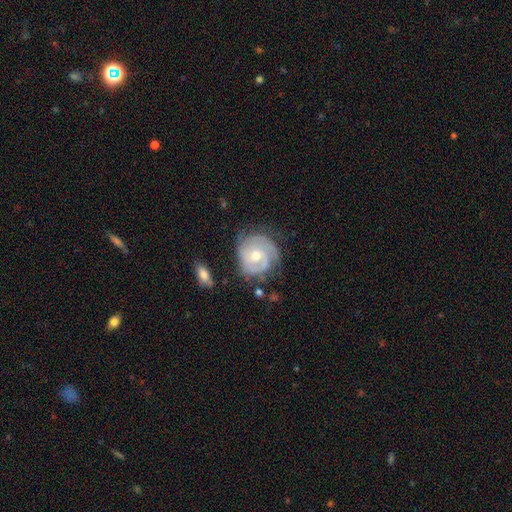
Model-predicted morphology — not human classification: The model was most divided on "spiral arm count" (3-way tie): can't tell: 28%, 2: 28%, 3: 28%, 1: 7%, 4: 5%, more than 4: 4%. More confident: edge-on disk — no (98%); spiral arms — yes (92%); smooth or featured — featured or disk (80%); bar — no (69%); bulge size — moderate (69%); spiral winding — tight (68%); merging — none (66%).